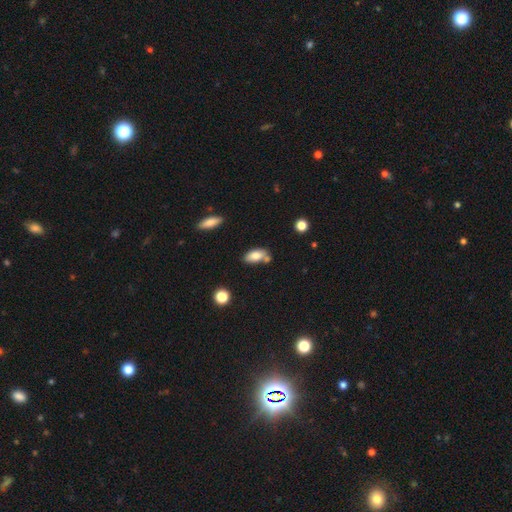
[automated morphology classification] Overall: smooth (79%). How rounded: in between (90%). Merging: none (55%; merger 23%).